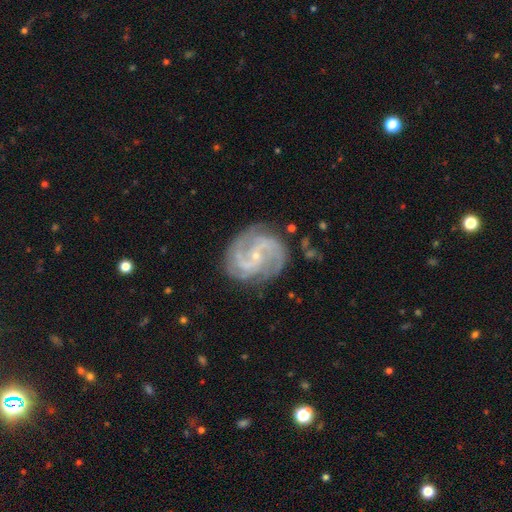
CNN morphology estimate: Smooth or featured?
  - featured or disk: 90% *
  - star or artifact: 6%
  - smooth: 4%
Edge-on disk?
  - no: 98% *
  - yes: 2%
Bar?
  - no: 45% *
  - weak: 39%
  - strong: 16%
Spiral arms?
  - yes: 98% *
  - no: 2%
Spiral winding?
  - medium: 53% *
  - tight: 32%
  - loose: 16%
Spiral arm count?
  - 2: 63% *
  - 3: 16%
  - can't tell: 8%
  - 4: 5%
  - 1: 4%
  - more than 4: 4%
Bulge size?
  - small: 82% *
  - moderate: 14%
  - none: 2%
  - large: 1%
  - dominant: 1%
Merging?
  - none: 76% *
  - minor disturbance: 16%
  - major disturbance: 6%
  - merger: 2%